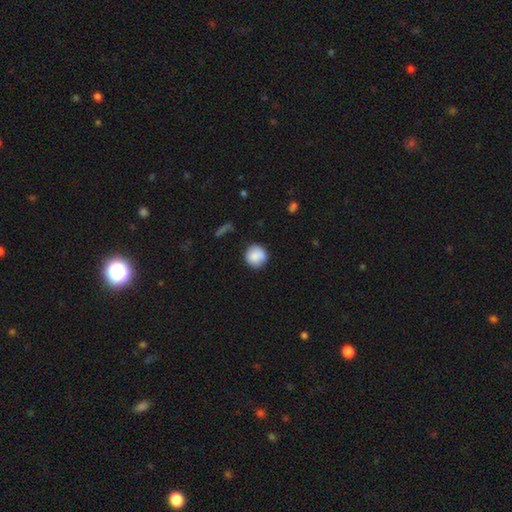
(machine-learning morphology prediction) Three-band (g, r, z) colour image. It shows a smooth galaxy with no disk features (83%) that is round (92%). Merging: none (75%).